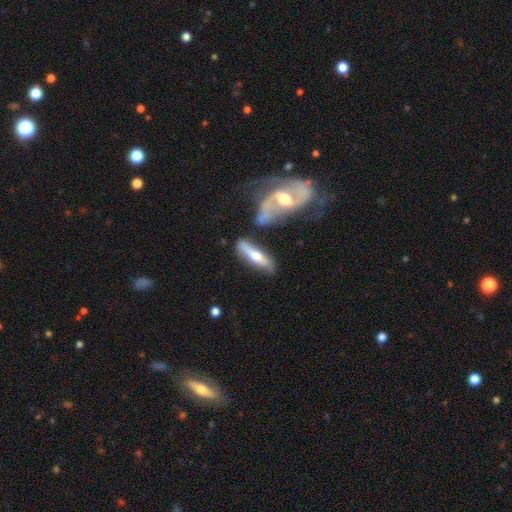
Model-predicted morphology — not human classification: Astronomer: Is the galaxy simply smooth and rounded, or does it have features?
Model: smooth — 47%, tied with featured or disk at 47%.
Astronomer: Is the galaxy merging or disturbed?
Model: none — 62%.